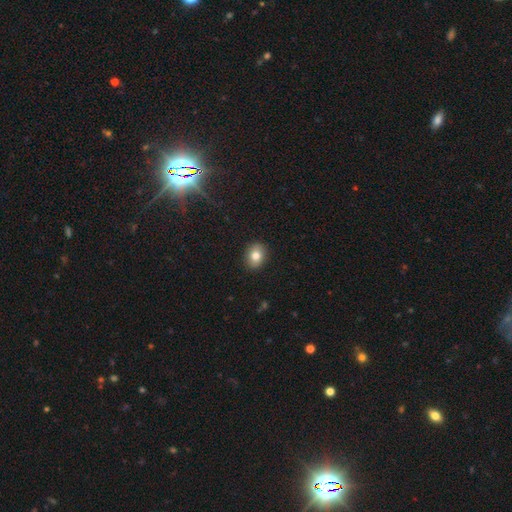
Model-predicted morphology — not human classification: A smooth galaxy with no disk features (80%) that is in between round and cigar-shaped (57%). Merging: none (90%).